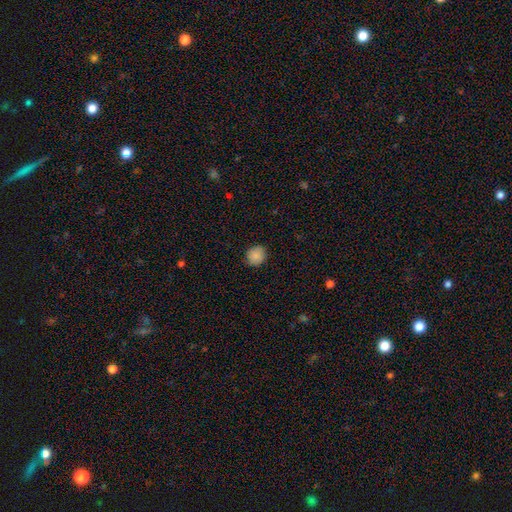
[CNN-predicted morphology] Smooth or featured? Predicted: smooth (p=0.86). How rounded? Predicted: round (p=0.86). Merging? Predicted: none (p=0.86).